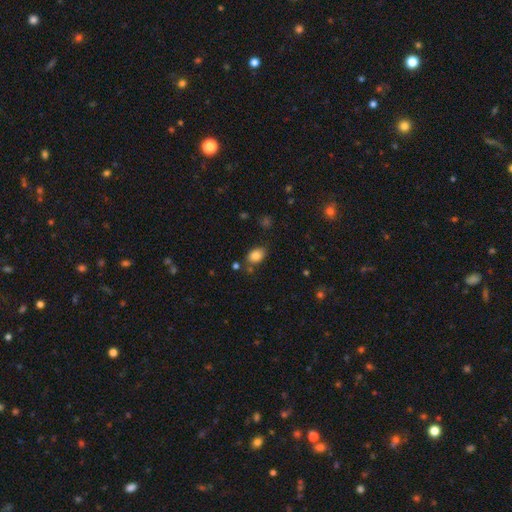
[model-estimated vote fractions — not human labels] smooth 83%, star or artifact 9%, featured or disk 8%. Down the decision tree: how rounded — in between (82%); merging — none (75%).